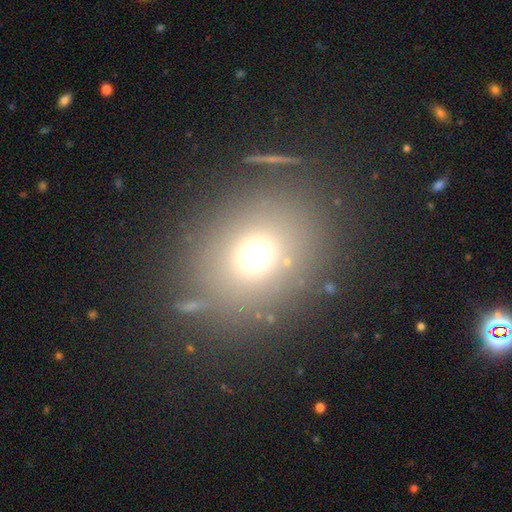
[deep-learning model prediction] This is likely a smooth galaxy (67%). How rounded: likely round (71%). Merging: clearly none (81%).